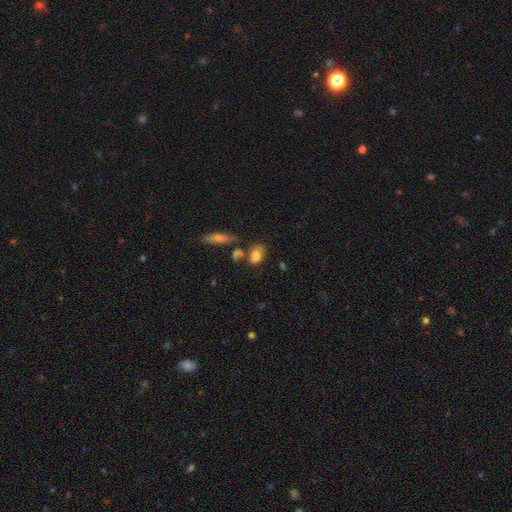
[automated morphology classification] Smooth or featured: smooth — 78% (featured or disk — 13%)
How rounded: in between — 79% (round — 18%)
Merging: none — 51% (minor disturbance — 21%)